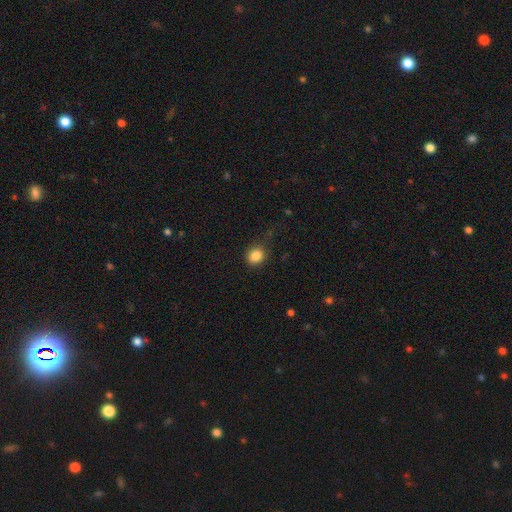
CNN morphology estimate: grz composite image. It shows a smooth galaxy with no disk features (84%) that is round (78%). Merging: none (81%).